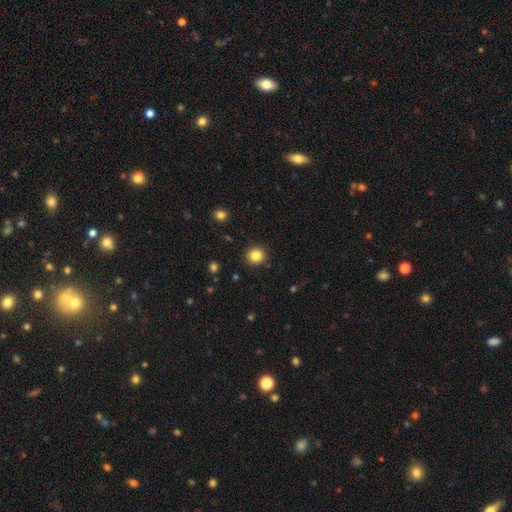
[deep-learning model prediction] The model was most divided on "smooth or featured": smooth: 83%, star or artifact: 12%, featured or disk: 5%. More confident: how rounded — round (92%); merging — none (91%).